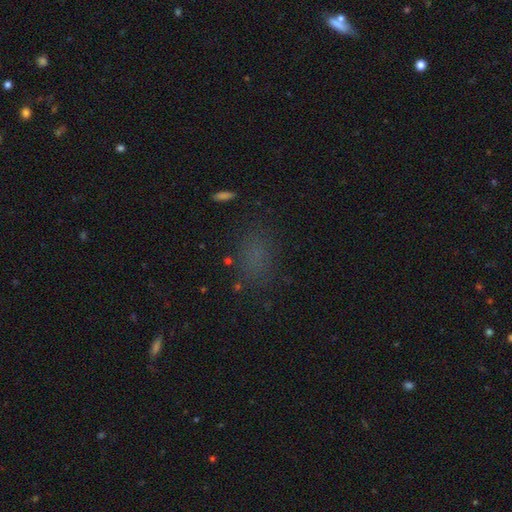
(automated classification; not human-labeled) Q: Smooth or featured?
A: smooth (65%); runner-up: star or artifact (26%)
Q: How rounded?
A: in between (76%); runner-up: round (19%)
Q: Merging?
A: none (73%); runner-up: minor disturbance (15%)